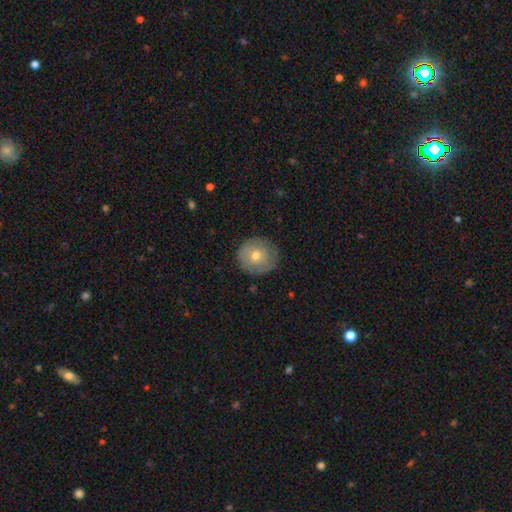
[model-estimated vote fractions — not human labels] smooth_or_featured: smooth (p=0.61) [alt: featured or disk p=0.30]
how_rounded: round (p=0.93) [alt: in between p=0.06]
merging: none (p=0.83) [alt: minor disturbance p=0.13]